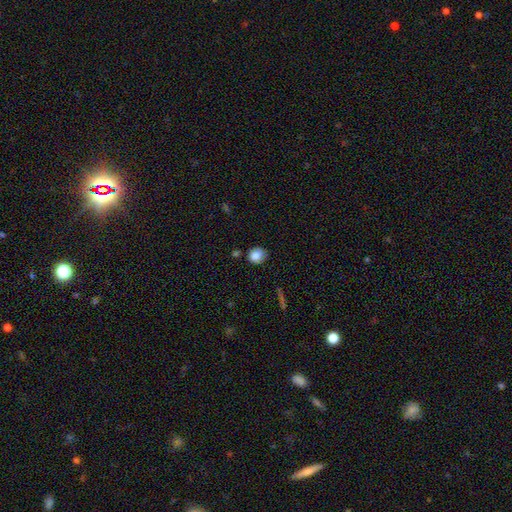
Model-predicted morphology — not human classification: Smooth or featured: smooth — 85% (star or artifact — 10%)
How rounded: round — 83% (in between — 16%)
Merging: none — 74% (minor disturbance — 18%)